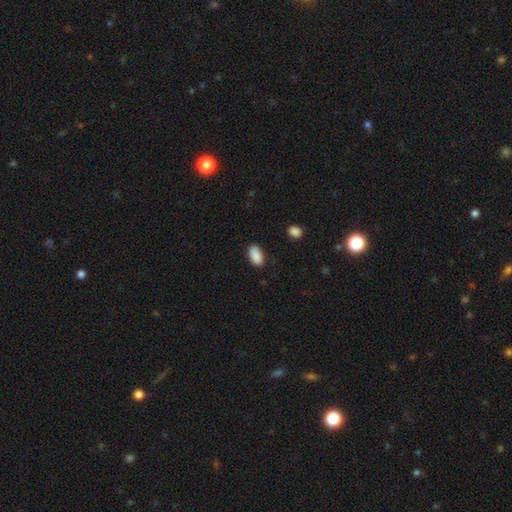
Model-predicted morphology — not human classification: Smooth or featured? Predicted: smooth (p=0.90). How rounded? Predicted: in between (p=0.93). Merging? Predicted: none (p=0.85).